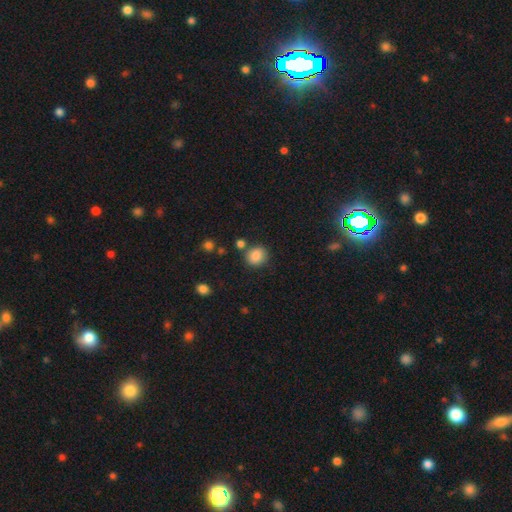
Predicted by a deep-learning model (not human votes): Smooth or featured: smooth — 86% (star or artifact — 10%)
How rounded: round — 77% (in between — 22%)
Merging: none — 78% (minor disturbance — 11%)